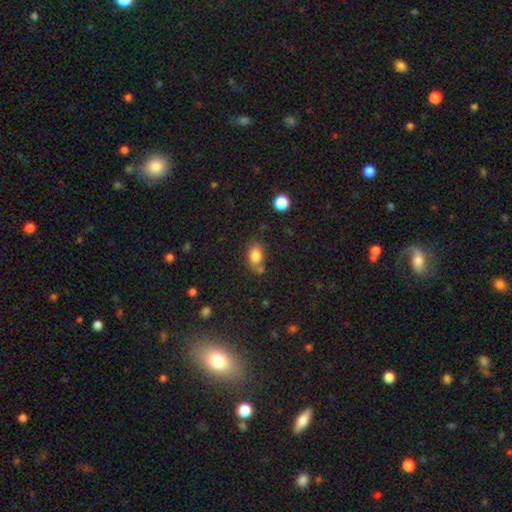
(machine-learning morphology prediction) Smooth or featured? Predicted: smooth (p=0.82). How rounded? Predicted: in between (p=0.82). Merging? Predicted: none (p=0.66).